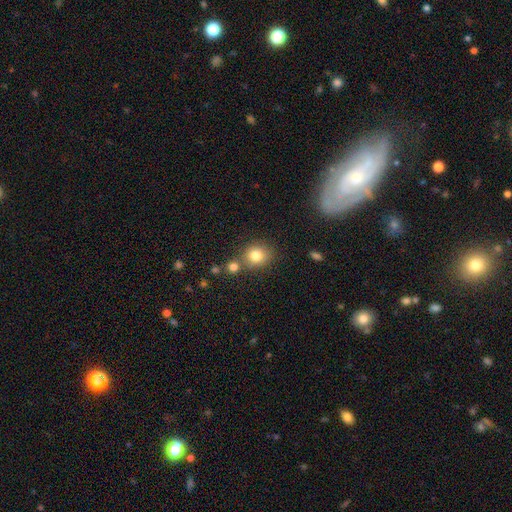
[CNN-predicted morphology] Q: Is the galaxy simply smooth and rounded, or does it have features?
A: smooth — 80%.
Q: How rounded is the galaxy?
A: round — 73%.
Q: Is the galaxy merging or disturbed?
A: none — 65%.